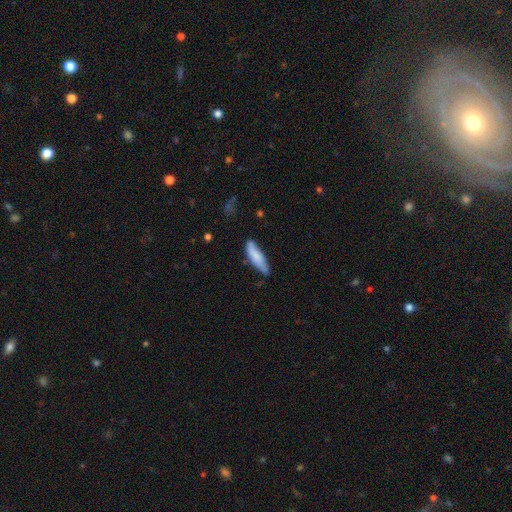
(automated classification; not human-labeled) A smooth galaxy with no disk features (80%) that is cigar-shaped (62%).

Vote fractions:
- Smooth or featured? smooth: 80% / featured or disk: 15% / star or artifact: 6%
- How rounded? cigar-shaped: 62% / in between: 37% / round: 2%
- Merging? none: 64% / minor disturbance: 28% / major disturbance: 5% / merger: 3%